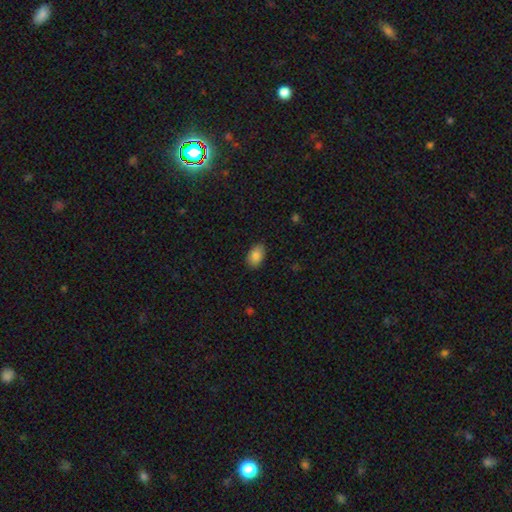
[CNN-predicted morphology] This appears to be a smooth galaxy with no disk features (85%) that is in between round and cigar-shaped (89%). Merging: none (85%).